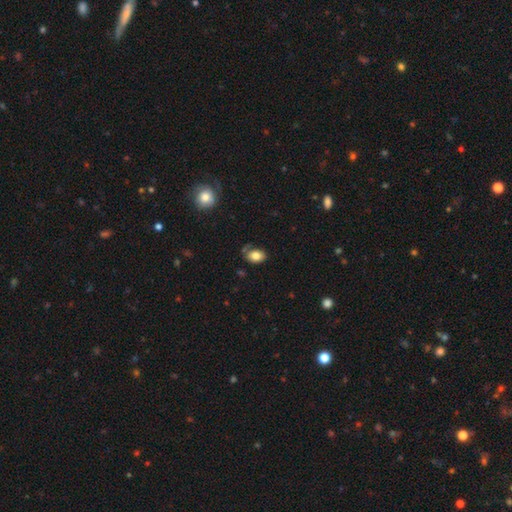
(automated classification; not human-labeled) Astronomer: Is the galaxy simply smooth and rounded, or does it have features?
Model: smooth — 80%.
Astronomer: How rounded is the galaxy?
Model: in between — 81%.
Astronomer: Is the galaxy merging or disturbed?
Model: none — 63%.